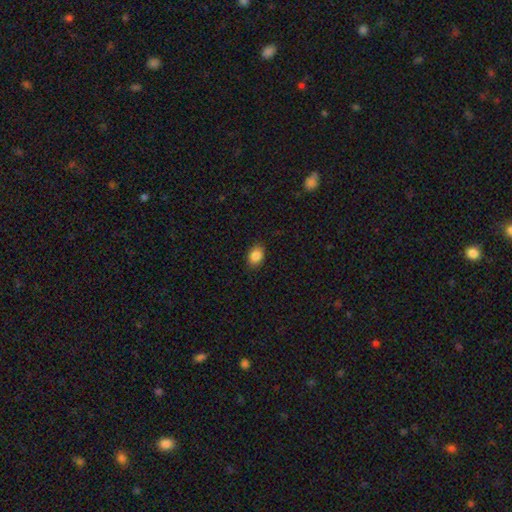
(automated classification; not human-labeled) Smooth or featured?
  - smooth: 87% *
  - star or artifact: 8%
  - featured or disk: 5%
How rounded?
  - in between: 75% *
  - round: 23%
  - cigar-shaped: 1%
Merging?
  - none: 87% *
  - minor disturbance: 10%
  - major disturbance: 2%
  - merger: 1%